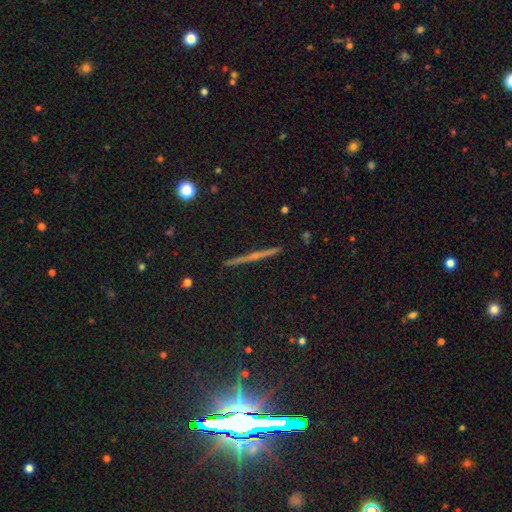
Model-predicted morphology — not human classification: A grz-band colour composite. It shows a featured or disk galaxy (66%) viewed edge-on (98%) with a rounded central bulge (51%). Merging: none (92%).